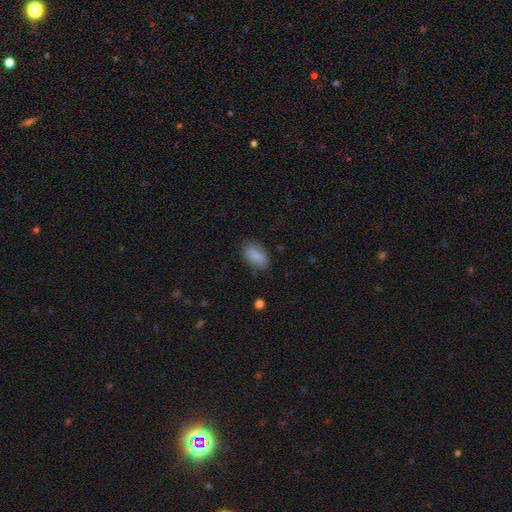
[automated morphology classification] Smooth or featured? smooth (83%)
How rounded? in between (89%)
Merging? none (74%)